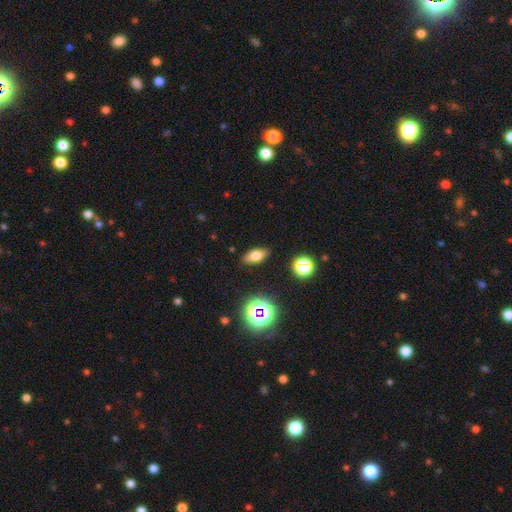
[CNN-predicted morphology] Q: Smooth or featured?
A: smooth (69%); runner-up: featured or disk (17%)
Q: How rounded?
A: in between (82%); runner-up: cigar-shaped (11%)
Q: Merging?
A: none (87%); runner-up: minor disturbance (9%)